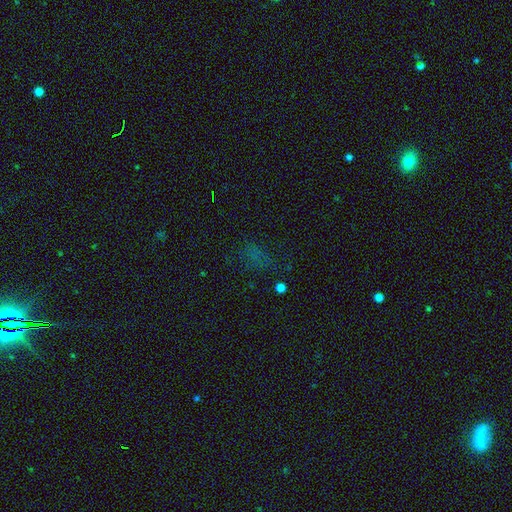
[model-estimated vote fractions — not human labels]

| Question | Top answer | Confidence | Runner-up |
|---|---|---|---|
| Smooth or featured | smooth | 45% | star or artifact (43%) |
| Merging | none | 63% | minor disturbance (18%) |